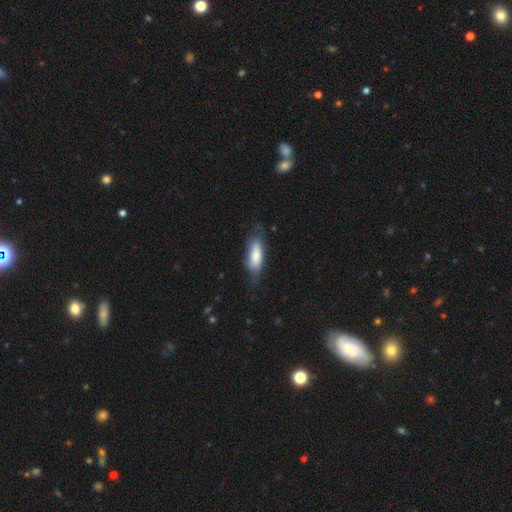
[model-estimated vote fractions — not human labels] A smooth galaxy with no disk features (75%) that is in between round and cigar-shaped (62%). Merging: none (64%).